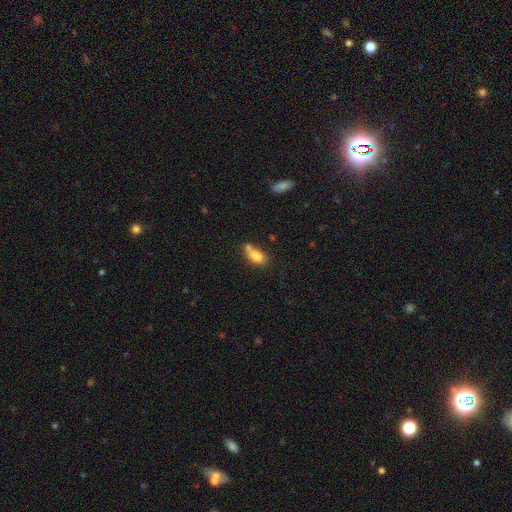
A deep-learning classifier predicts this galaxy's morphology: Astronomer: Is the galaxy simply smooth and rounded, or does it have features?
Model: smooth — 78%.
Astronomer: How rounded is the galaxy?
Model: in between — 82%.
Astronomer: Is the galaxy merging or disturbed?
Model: none — 36% (runner-up: merger, 31%).